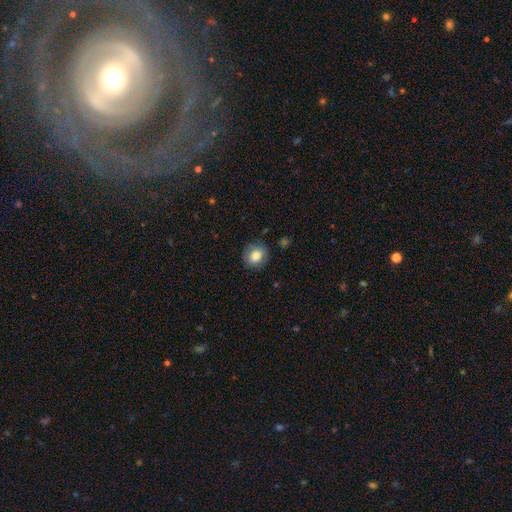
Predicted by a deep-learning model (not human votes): Smooth or featured? smooth (80%)
How rounded? round (71%)
Merging? none (83%)